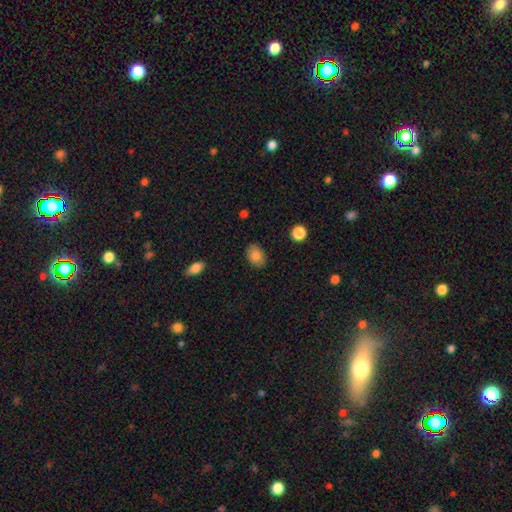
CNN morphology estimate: Smooth or featured? smooth (84%)
How rounded? in between (77%)
Merging? none (86%)